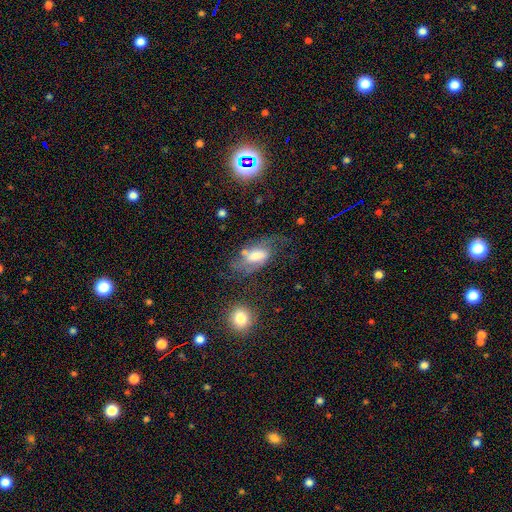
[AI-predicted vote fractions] The model was most divided on "merging": none: 37%, major disturbance: 31%, minor disturbance: 23%, merger: 8%. Remaining: smooth or featured — featured or disk (49%).